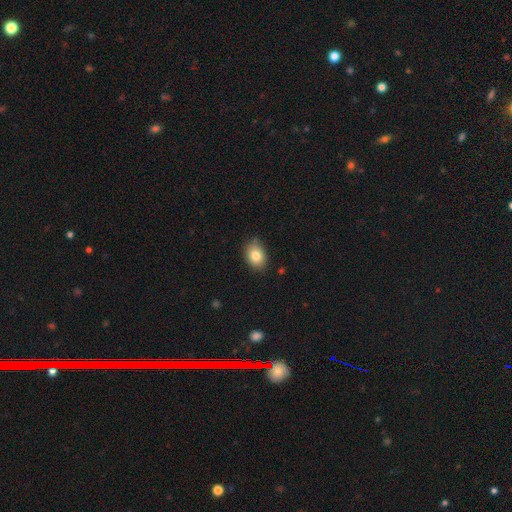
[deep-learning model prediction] Smooth or featured? smooth (82%)
How rounded? in between (69%)
Merging? none (79%)